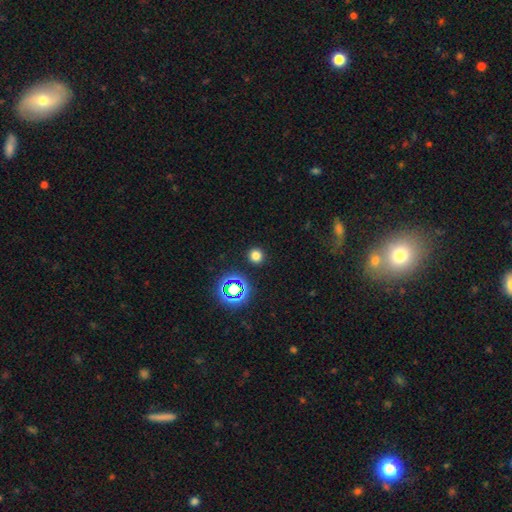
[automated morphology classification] type=smooth (73%); roundness=round (93%); merging=none (91%).